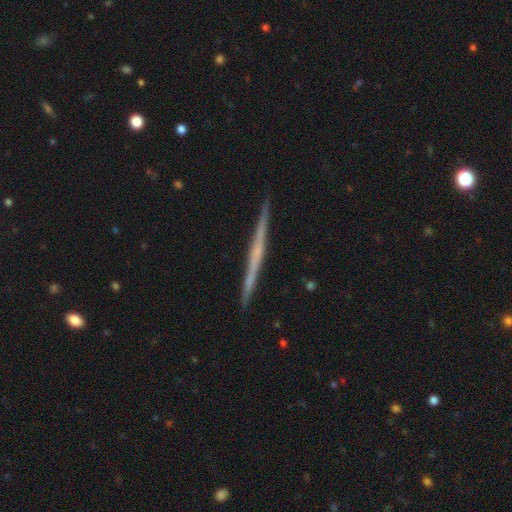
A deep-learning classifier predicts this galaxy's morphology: This is likely a featured or disk galaxy (69%). It is clearly viewed edge-on (98%). Edge-on bulge: likely none (72%). Merging: clearly none (92%).